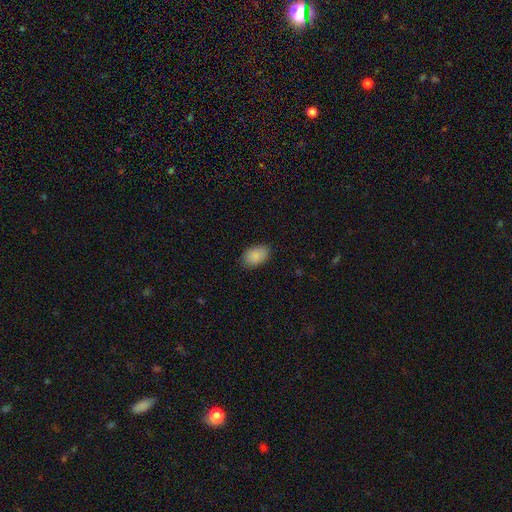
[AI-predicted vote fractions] A smooth galaxy with no disk features (89%) that is in between round and cigar-shaped (92%).

Vote fractions:
- Smooth or featured? smooth: 89% / star or artifact: 7% / featured or disk: 4%
- How rounded? in between: 92% / round: 7% / cigar-shaped: 1%
- Merging? none: 84% / minor disturbance: 12% / major disturbance: 2% / merger: 1%